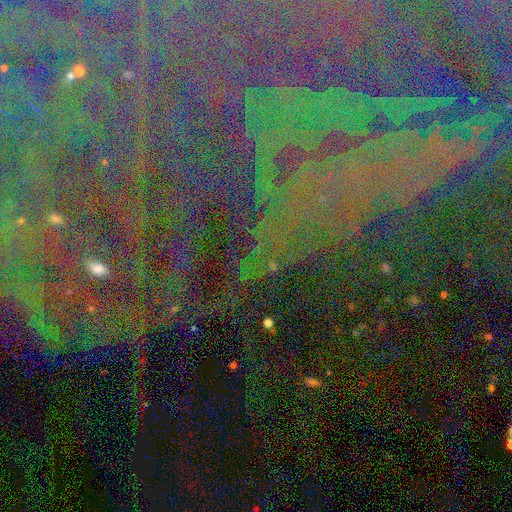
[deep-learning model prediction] Smooth or featured? star or artifact (83%)